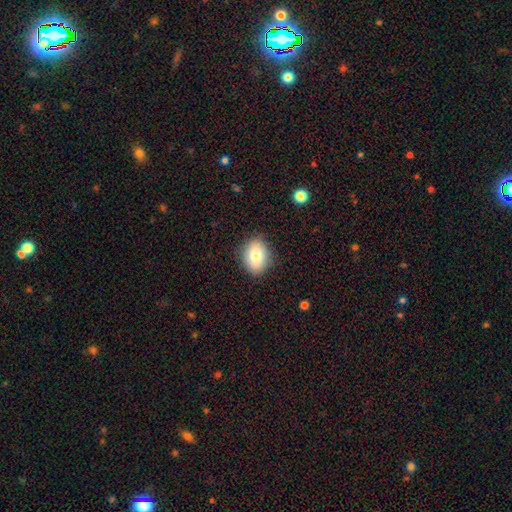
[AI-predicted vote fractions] Overall: smooth (80%). How rounded: in between (65%; round 34%). Merging: none (85%).